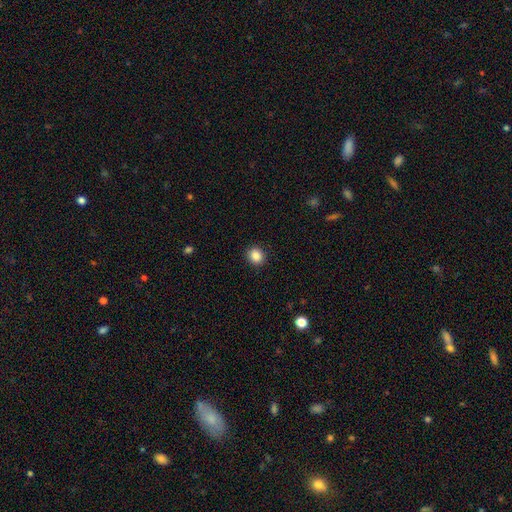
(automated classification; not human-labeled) This is clearly a smooth galaxy (87%). How rounded: likely round (75%). Merging: clearly none (91%).